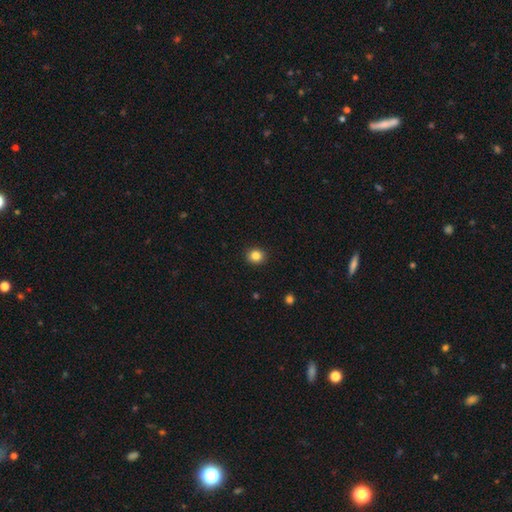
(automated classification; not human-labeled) Smooth or featured? smooth (84%)
How rounded? round (82%)
Merging? none (92%)